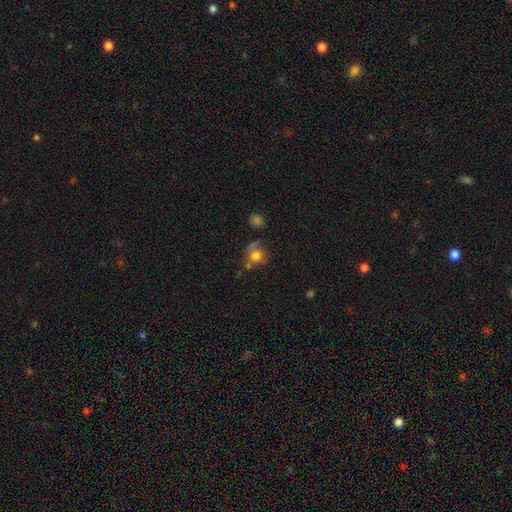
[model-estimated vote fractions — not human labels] Overall: smooth (70%). How rounded: round (76%). Merging: none (48%; minor disturbance 20%).